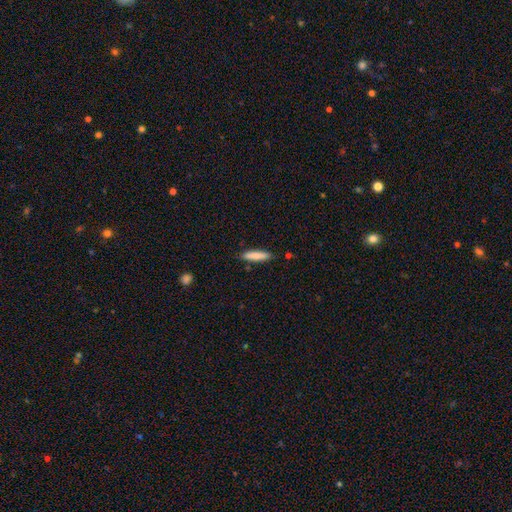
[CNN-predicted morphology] Smooth or featured? Predicted: smooth (p=0.82). How rounded? Predicted: cigar-shaped (p=0.82). Merging? Predicted: none (p=0.85).